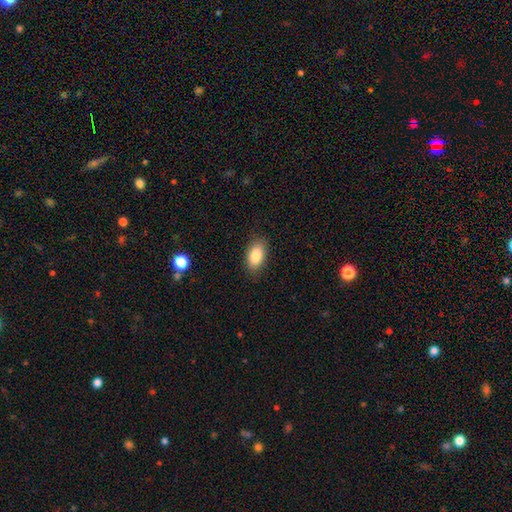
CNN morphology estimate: Overall: smooth (87%). How rounded: in between (93%). Merging: none (86%).